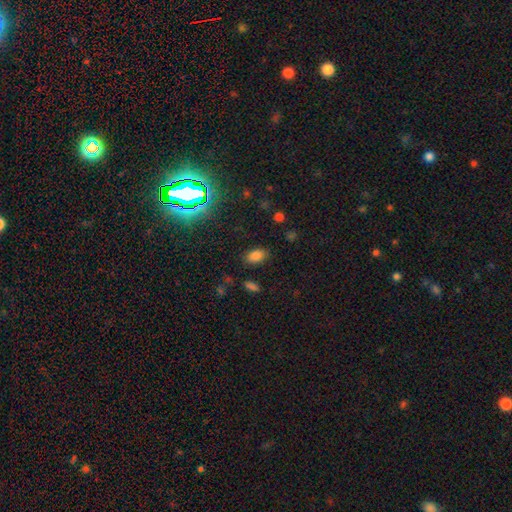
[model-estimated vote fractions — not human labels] Smooth or featured? Predicted: smooth (p=0.80). How rounded? Predicted: in between (p=0.89). Merging? Predicted: none (p=0.84).